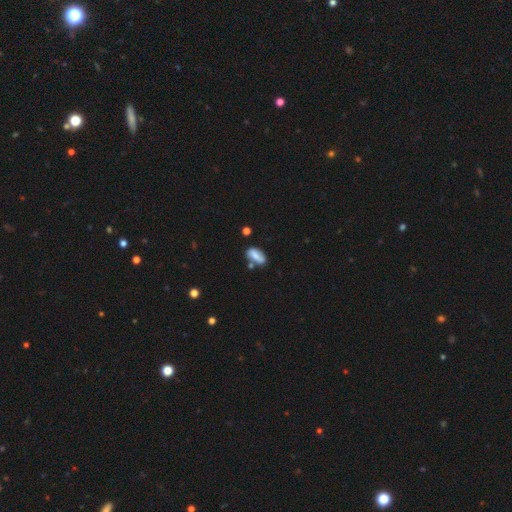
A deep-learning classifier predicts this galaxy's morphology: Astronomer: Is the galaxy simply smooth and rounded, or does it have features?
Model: smooth — 62%.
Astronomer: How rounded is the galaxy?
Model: in between — 87%.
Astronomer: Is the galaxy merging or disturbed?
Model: none — 59%.